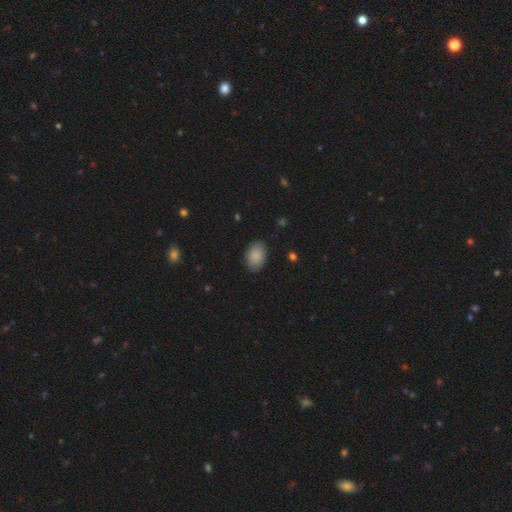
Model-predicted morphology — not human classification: Smooth or featured? smooth (88%)
How rounded? in between (88%)
Merging? none (85%)